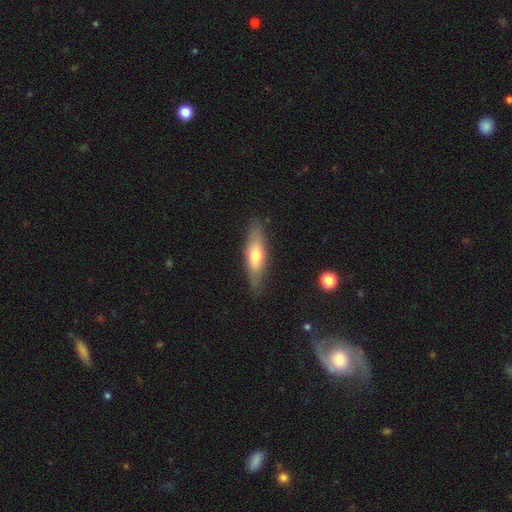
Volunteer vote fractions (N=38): Morphology: type=smooth (61%); roundness=cigar-shaped (65%); merging=none (69%).